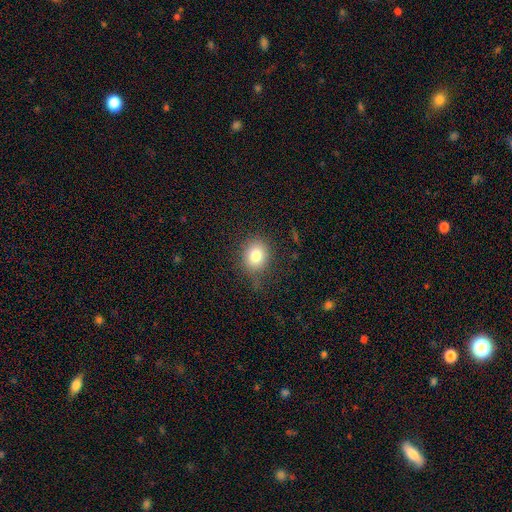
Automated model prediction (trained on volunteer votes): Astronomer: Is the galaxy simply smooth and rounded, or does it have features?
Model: smooth — 80%.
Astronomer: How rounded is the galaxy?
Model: round — 65%.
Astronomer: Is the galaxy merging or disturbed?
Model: none — 79%.